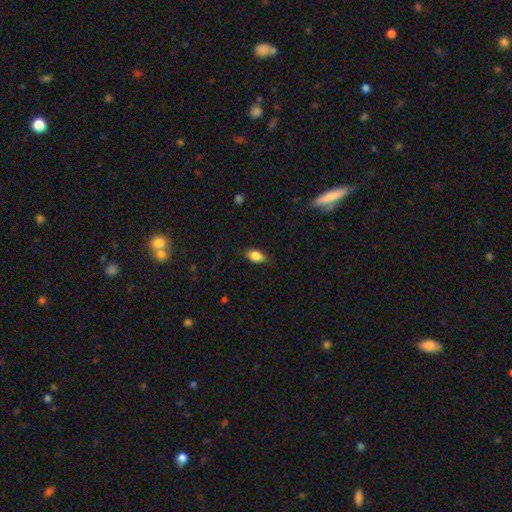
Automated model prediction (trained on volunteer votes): A smooth galaxy with no disk features (85%) that is in between round and cigar-shaped (86%). Merging: none (82%).